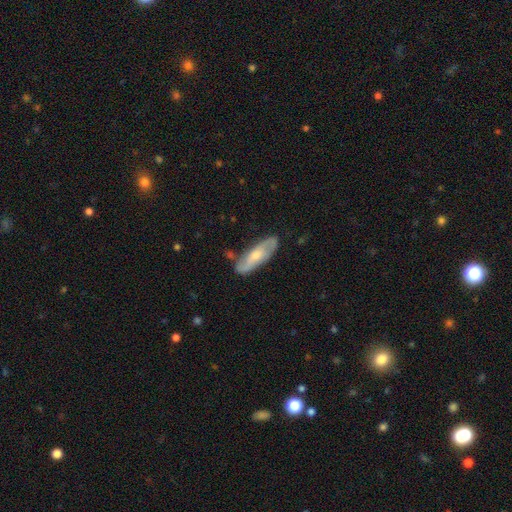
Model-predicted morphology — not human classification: The model was most divided on "smooth or featured": featured or disk: 53%, smooth: 42%, star or artifact: 6%. More confident: merging — none (76%); edge-on disk — no (74%).